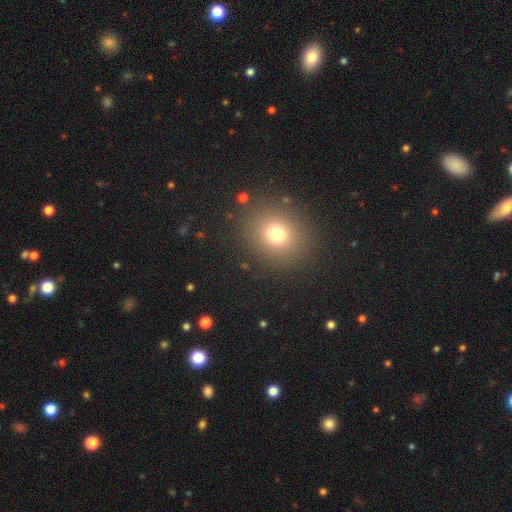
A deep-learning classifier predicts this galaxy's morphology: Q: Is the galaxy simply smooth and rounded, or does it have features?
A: smooth — 64%.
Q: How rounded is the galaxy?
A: round — 85%.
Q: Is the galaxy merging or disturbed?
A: none — 91%.